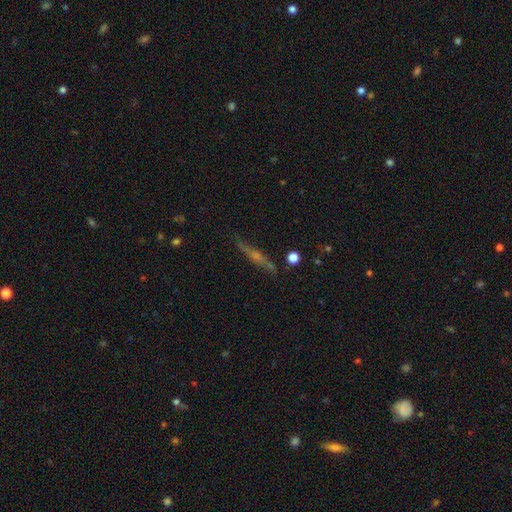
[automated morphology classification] Q: Smooth or featured?
A: featured or disk (67%); runner-up: smooth (22%)
Q: Edge-on disk?
A: yes (95%); runner-up: no (5%)
Q: Edge-on bulge?
A: rounded (75%); runner-up: none (18%)
Q: Merging?
A: none (84%); runner-up: minor disturbance (11%)